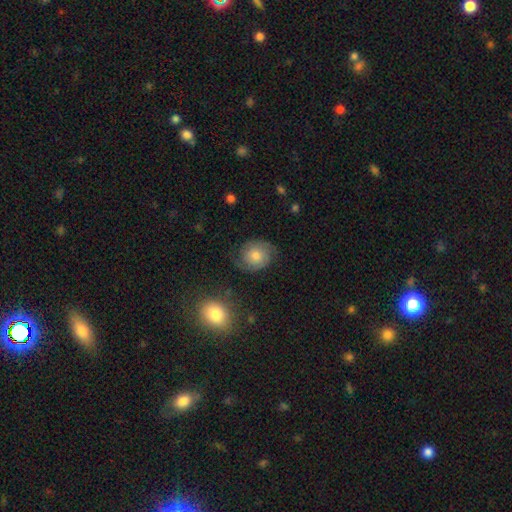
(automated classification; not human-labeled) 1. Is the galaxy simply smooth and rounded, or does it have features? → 46% featured or disk, 45% smooth, 9% star or artifact.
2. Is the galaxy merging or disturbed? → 71% none, 18% minor disturbance, 8% major disturbance, 2% merger.